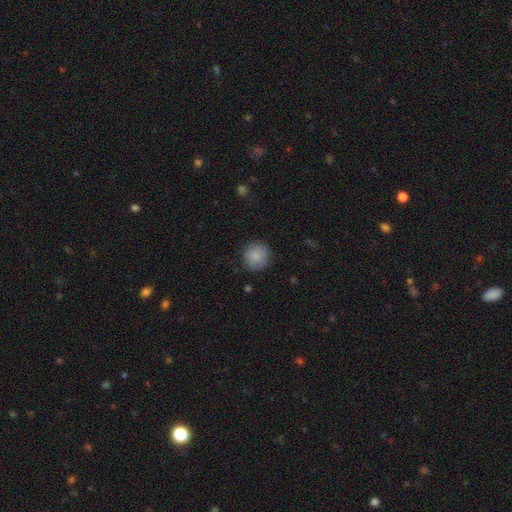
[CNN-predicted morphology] smooth_or_featured: smooth (p=0.83) [alt: featured or disk p=0.10]
how_rounded: round (p=0.90) [alt: in between p=0.09]
merging: none (p=0.84) [alt: minor disturbance p=0.12]